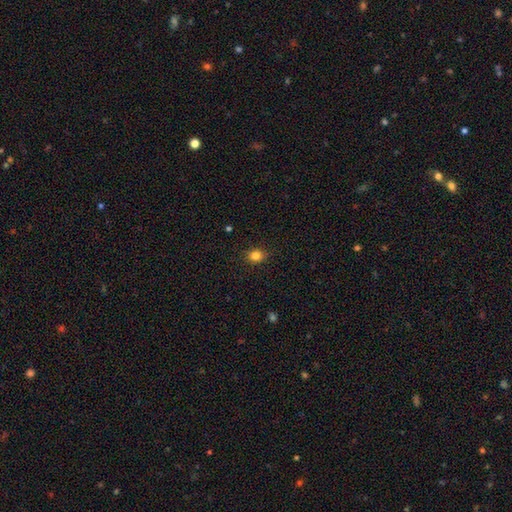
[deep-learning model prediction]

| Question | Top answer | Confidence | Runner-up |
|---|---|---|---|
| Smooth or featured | smooth | 83% | star or artifact (12%) |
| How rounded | round | 67% | in between (32%) |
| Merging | none | 87% | minor disturbance (9%) |